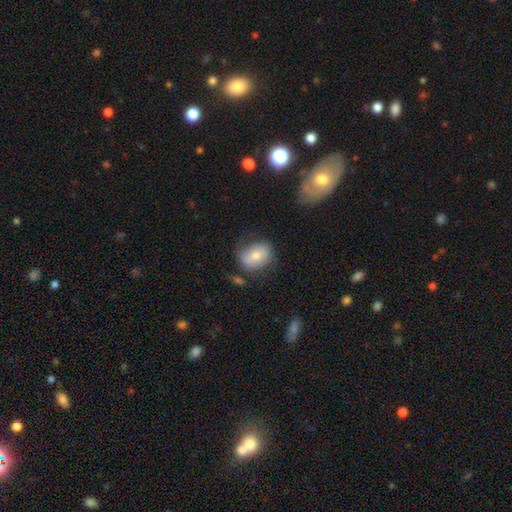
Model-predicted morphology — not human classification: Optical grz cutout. It shows a smooth galaxy with no disk features (65%) that is in between round and cigar-shaped (53%). Merging: none (64%).